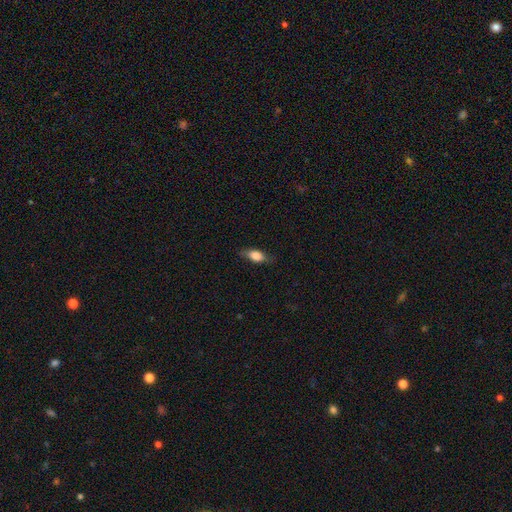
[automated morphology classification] smooth 76%, featured or disk 16%, star or artifact 7%. Down the decision tree: how rounded — in between (79%); merging — none (75%).